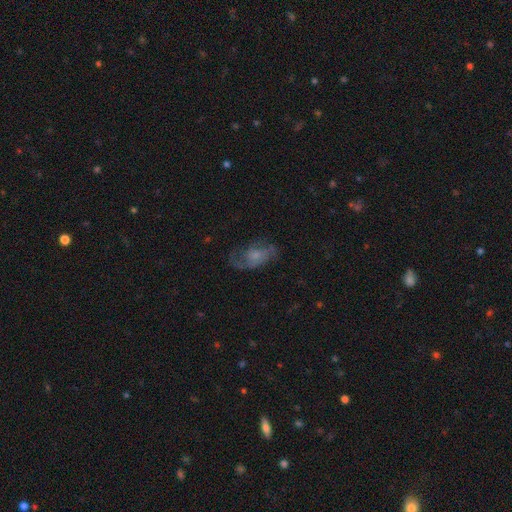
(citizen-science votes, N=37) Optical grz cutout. It shows a featured or disk galaxy (62%) with no bar (65%), 2 (32%) loose (47%) spiral arms (83%) and a small central bulge (70%). Merging: none (59%).